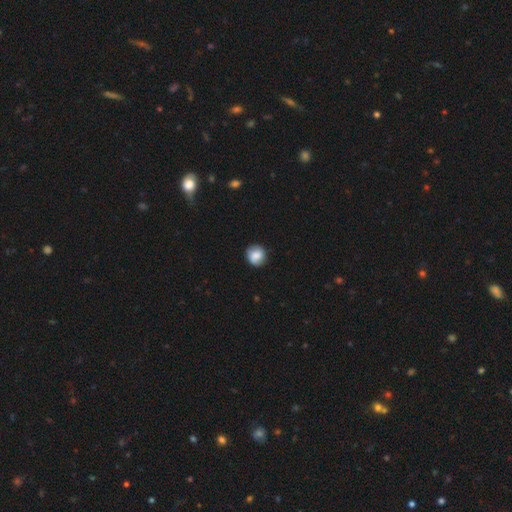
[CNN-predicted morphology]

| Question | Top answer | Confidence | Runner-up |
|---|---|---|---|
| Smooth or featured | smooth | 77% | featured or disk (15%) |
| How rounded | round | 85% | in between (14%) |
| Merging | none | 84% | minor disturbance (12%) |